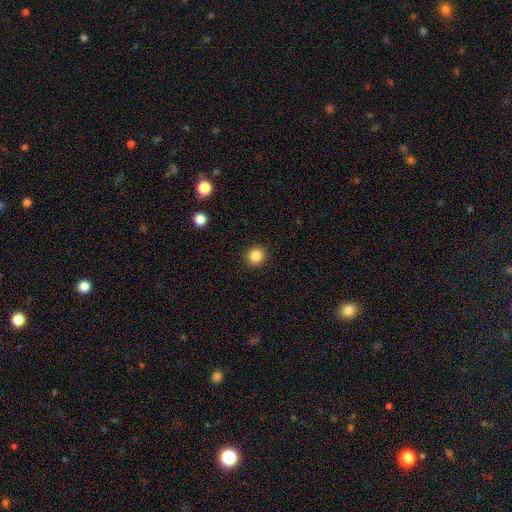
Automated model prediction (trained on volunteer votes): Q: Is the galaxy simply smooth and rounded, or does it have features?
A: smooth — 86%.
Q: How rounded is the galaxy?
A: round — 93%.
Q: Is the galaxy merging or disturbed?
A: none — 92%.